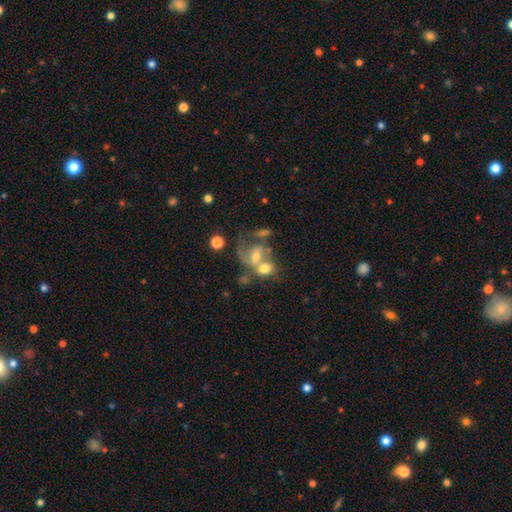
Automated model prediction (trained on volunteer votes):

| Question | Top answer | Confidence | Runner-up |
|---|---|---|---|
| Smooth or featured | featured or disk | 51% | smooth (38%) |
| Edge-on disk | no | 97% | yes (3%) |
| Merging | merger | 58% | none (17%) |